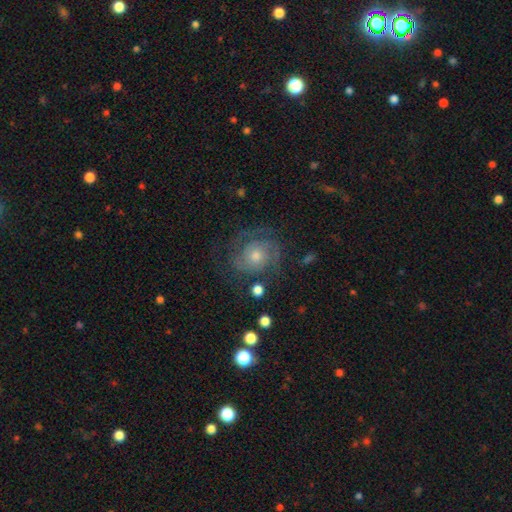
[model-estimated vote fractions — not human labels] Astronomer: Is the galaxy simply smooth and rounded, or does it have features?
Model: featured or disk — 74%.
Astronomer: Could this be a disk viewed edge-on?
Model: no — 98%.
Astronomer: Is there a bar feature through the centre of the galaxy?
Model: no — 80%.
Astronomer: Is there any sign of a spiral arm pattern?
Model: yes — 90%.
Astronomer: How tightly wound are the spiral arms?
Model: tight — 61%.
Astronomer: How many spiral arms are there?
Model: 2 — 48% (runner-up: can't tell, 26%).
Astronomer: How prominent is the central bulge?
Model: moderate — 53% (runner-up: small, 38%).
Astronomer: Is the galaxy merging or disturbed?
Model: none — 72%.